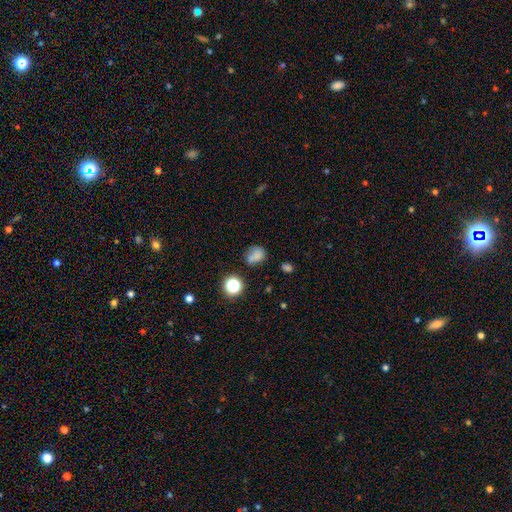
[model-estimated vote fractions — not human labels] Smooth or featured: smooth — 71% (star or artifact — 17%)
How rounded: round — 59% (in between — 40%)
Merging: none — 50% (minor disturbance — 22%)